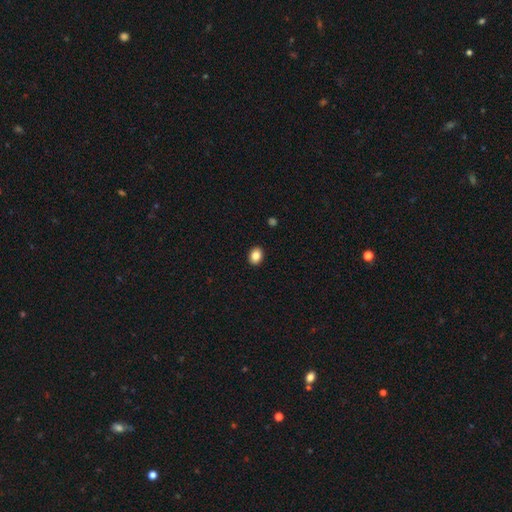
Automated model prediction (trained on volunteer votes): Smooth or featured: smooth — 86% (star or artifact — 9%)
How rounded: in between — 64% (round — 35%)
Merging: none — 91% (minor disturbance — 6%)